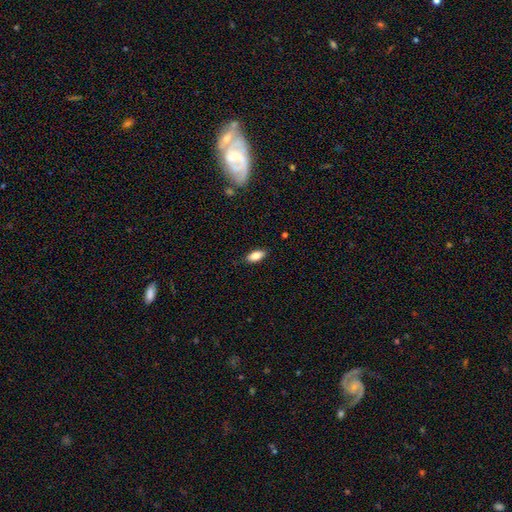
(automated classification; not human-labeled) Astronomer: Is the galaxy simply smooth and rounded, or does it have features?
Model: smooth — 85%.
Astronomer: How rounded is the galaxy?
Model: in between — 85%.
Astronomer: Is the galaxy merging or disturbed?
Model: none — 87%.